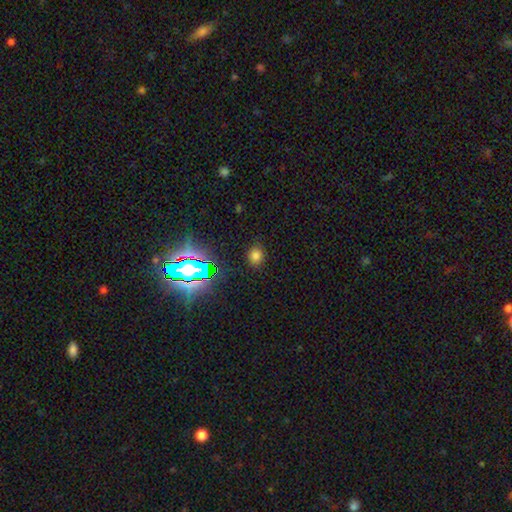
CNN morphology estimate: This appears to be a smooth galaxy with no disk features (71%) that is round (61%). Merging: none (85%).